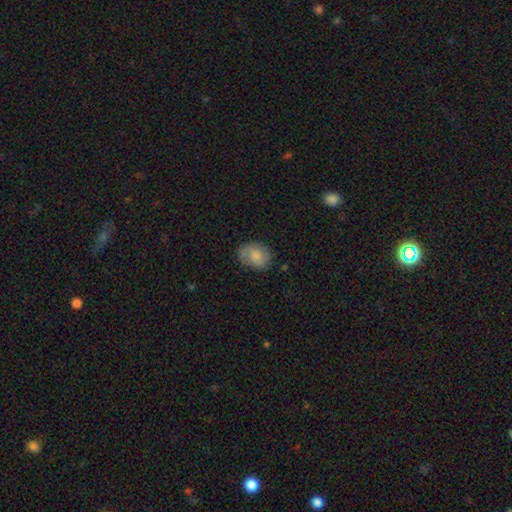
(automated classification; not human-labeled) A smooth galaxy with no disk features (67%) that is in between round and cigar-shaped (62%). Merging: none (64%).